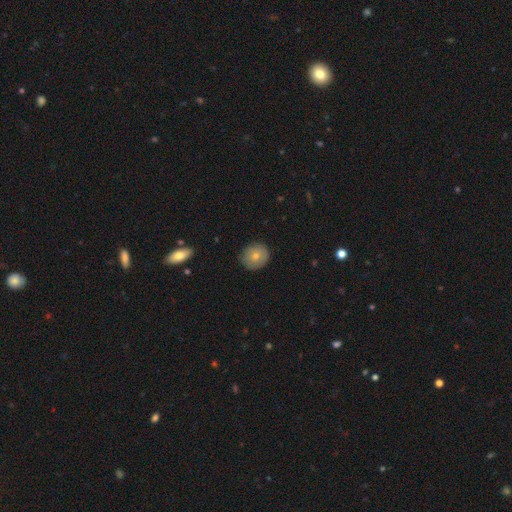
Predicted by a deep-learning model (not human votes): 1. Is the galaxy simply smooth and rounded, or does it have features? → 72% smooth, 19% featured or disk, 8% star or artifact.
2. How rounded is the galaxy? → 84% round, 15% in between, 1% cigar-shaped.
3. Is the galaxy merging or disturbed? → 84% none, 13% minor disturbance, 3% major disturbance, 1% merger.